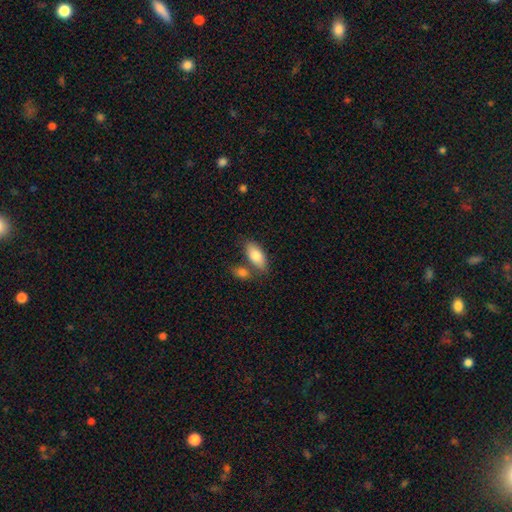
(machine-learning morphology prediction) A smooth galaxy with no disk features (84%) that is in between round and cigar-shaped (90%). Merging: none (55%).